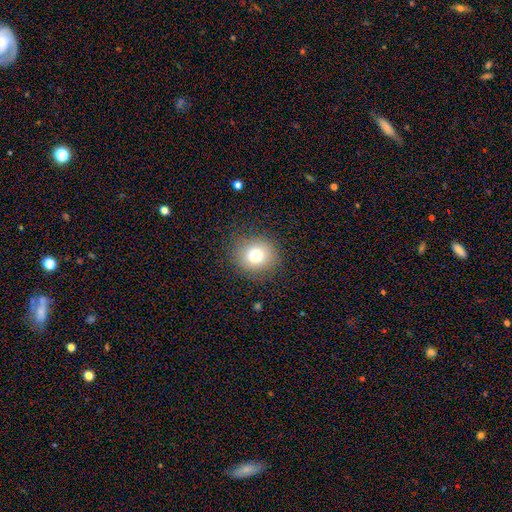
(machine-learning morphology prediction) This is likely a smooth galaxy (76%). How rounded: clearly round (83%). Merging: clearly none (84%).